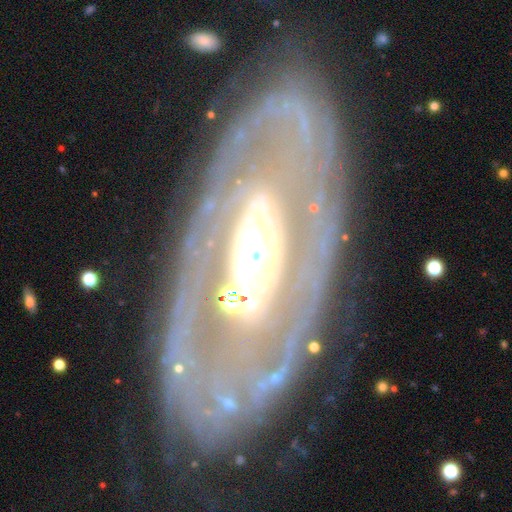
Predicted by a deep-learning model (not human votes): A featured or disk galaxy (84%) with no bar (52%), spiral arms (53%) and a moderate central bulge (57%). Merging: none (75%).